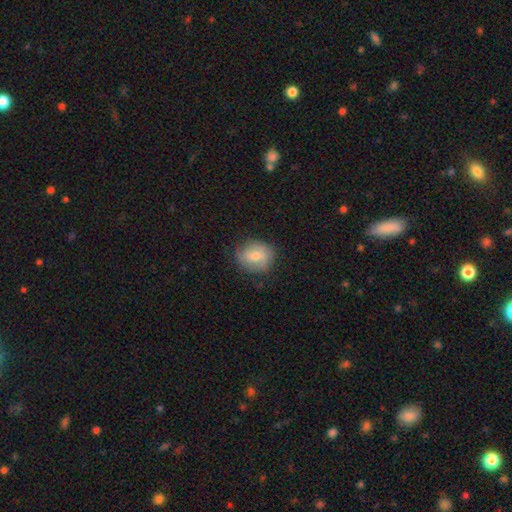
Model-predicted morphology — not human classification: Q: Smooth or featured?
A: smooth (64%); runner-up: featured or disk (29%)
Q: How rounded?
A: round (73%); runner-up: in between (26%)
Q: Merging?
A: none (75%); runner-up: minor disturbance (18%)